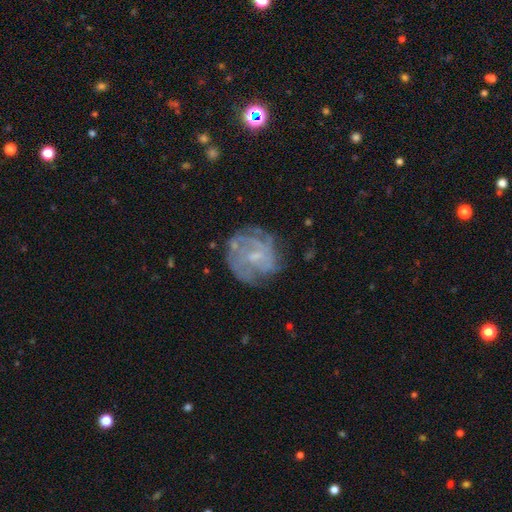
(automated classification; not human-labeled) This appears to be a featured or disk galaxy (71%) with no bar (50%), tight (54%) spiral arms (74%) and a small central bulge (50%). Merging: none (67%).